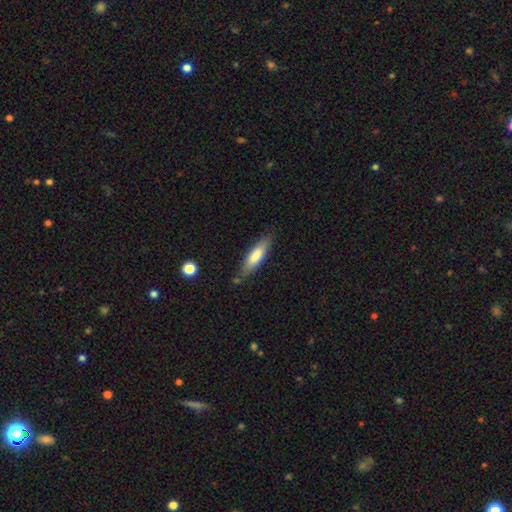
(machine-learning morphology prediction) Smooth or featured: smooth — 75% (featured or disk — 19%)
How rounded: cigar-shaped — 61% (in between — 38%)
Merging: none — 76% (minor disturbance — 17%)